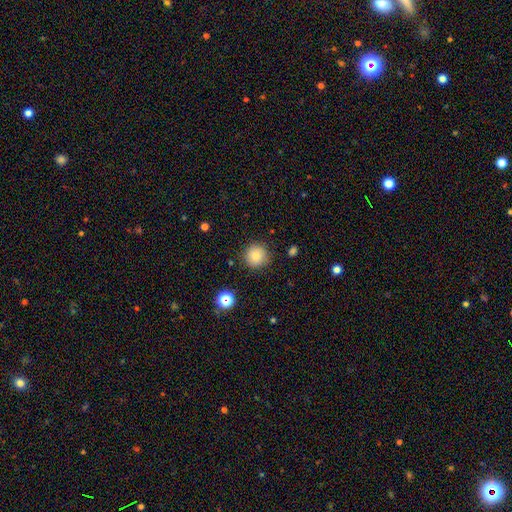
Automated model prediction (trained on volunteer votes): Smooth or featured?
  - smooth: 83% *
  - star or artifact: 11%
  - featured or disk: 6%
How rounded?
  - round: 95% *
  - in between: 4%
  - cigar-shaped: 1%
Merging?
  - none: 88% *
  - minor disturbance: 8%
  - major disturbance: 3%
  - merger: 2%